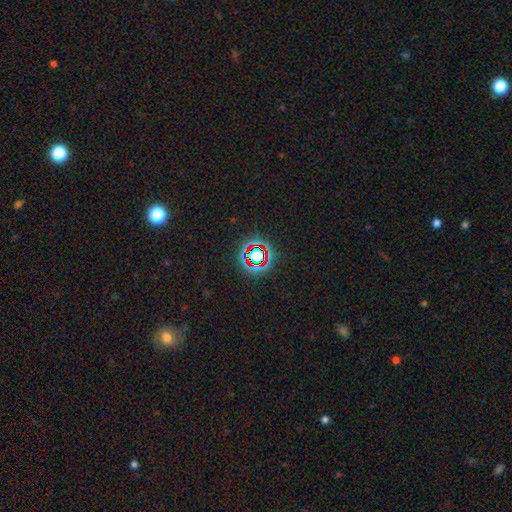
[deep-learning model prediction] This appears to be a star or artifact, not a galaxy (70%).